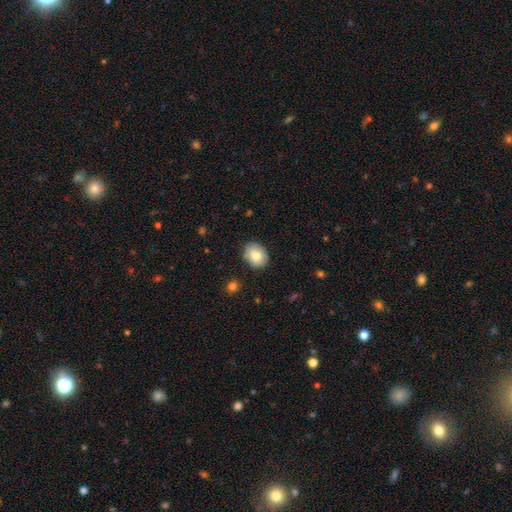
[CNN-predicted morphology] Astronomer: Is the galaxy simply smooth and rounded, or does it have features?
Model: smooth — 83%.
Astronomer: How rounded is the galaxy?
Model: in between — 64%.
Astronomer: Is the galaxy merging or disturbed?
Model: none — 81%.